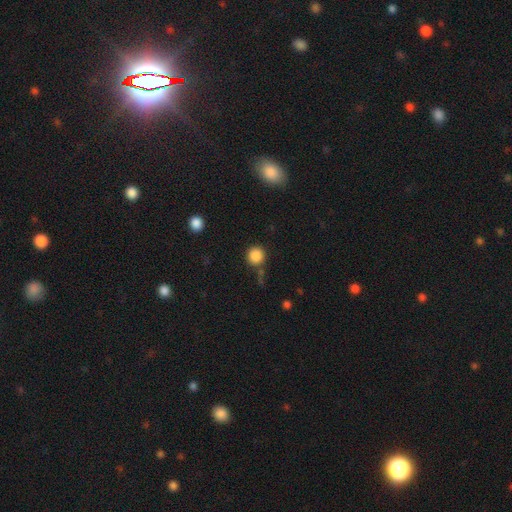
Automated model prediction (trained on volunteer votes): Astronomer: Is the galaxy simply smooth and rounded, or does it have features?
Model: smooth — 86%.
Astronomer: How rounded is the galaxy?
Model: round — 93%.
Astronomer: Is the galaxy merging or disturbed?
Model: none — 80%.